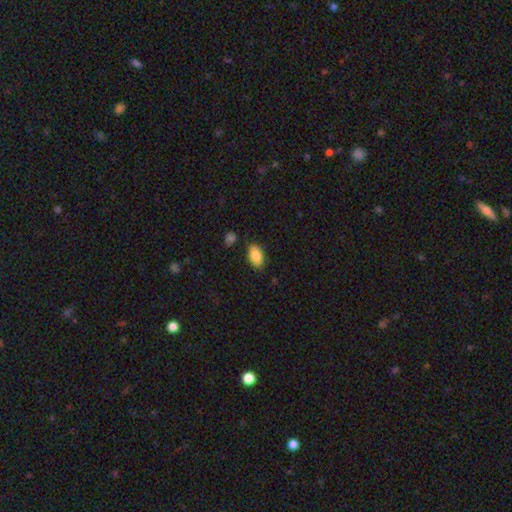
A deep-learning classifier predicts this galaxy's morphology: This appears to be a smooth galaxy with no disk features (87%) that is in between round and cigar-shaped (93%). Merging: none (82%).